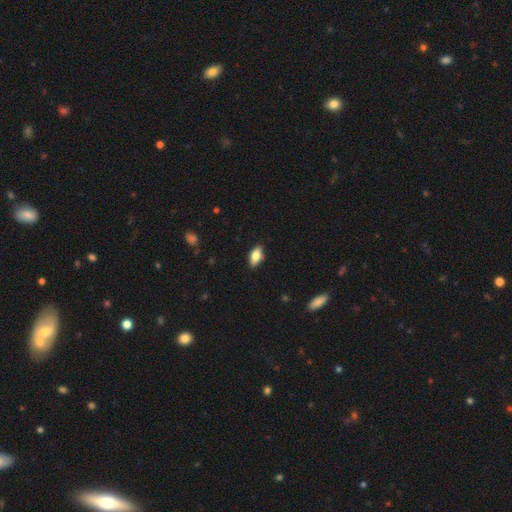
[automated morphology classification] smooth 79%, featured or disk 14%, star or artifact 7%. Down the decision tree: how rounded — in between (89%); merging — none (86%).